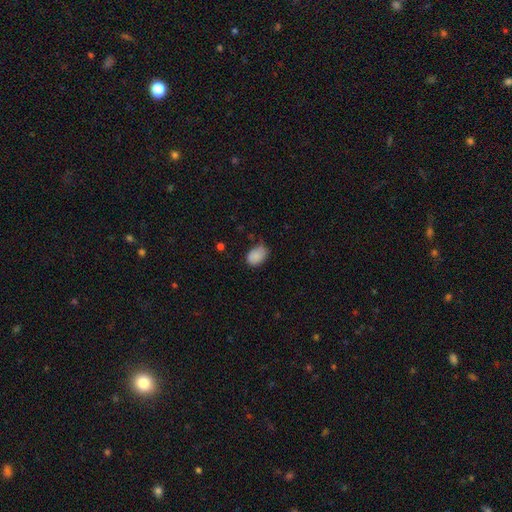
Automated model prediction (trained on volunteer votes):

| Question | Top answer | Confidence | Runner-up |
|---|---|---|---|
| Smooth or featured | smooth | 87% | star or artifact (8%) |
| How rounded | in between | 82% | round (17%) |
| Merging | none | 55% | minor disturbance (36%) |